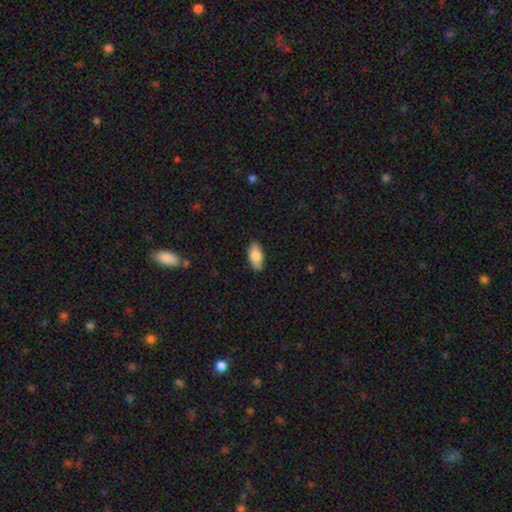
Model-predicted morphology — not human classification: smooth-or-featured: smooth: 80% | featured or disk: 14% | star or artifact: 6%
  how-rounded: in between: 92% | cigar-shaped: 6% | round: 3%
  merging: none: 88% | minor disturbance: 9% | major disturbance: 2% | merger: 1%